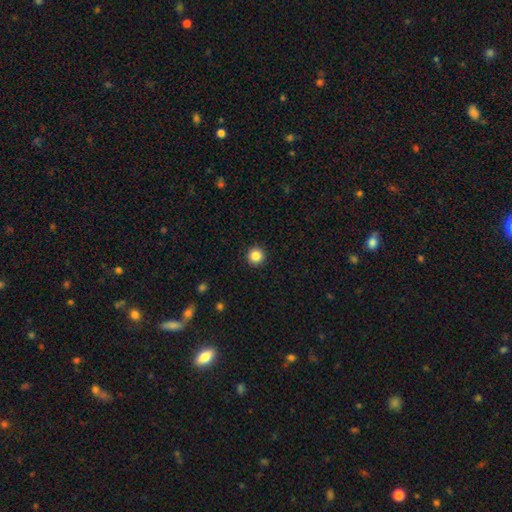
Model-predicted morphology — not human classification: smooth 85%, star or artifact 11%, featured or disk 5%. Down the decision tree: how rounded — round (96%); merging — none (93%).